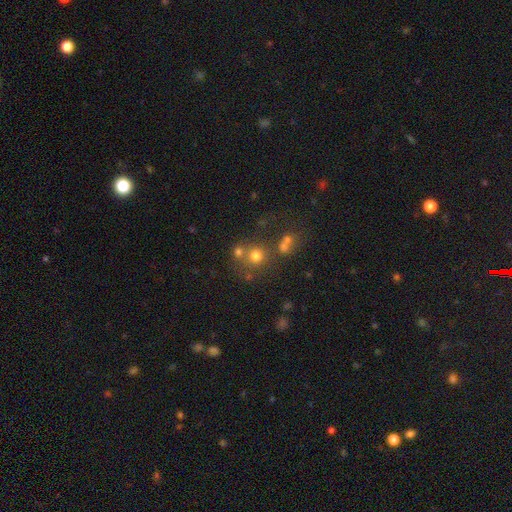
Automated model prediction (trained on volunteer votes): This is likely a smooth galaxy (69%). How rounded: clearly round (88%). Merging: possibly none (60%).